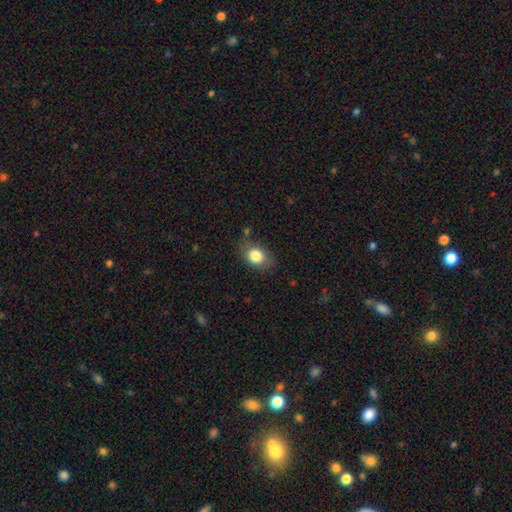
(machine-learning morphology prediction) type=smooth (82%); roundness=in between (65%); merging=none (73%).